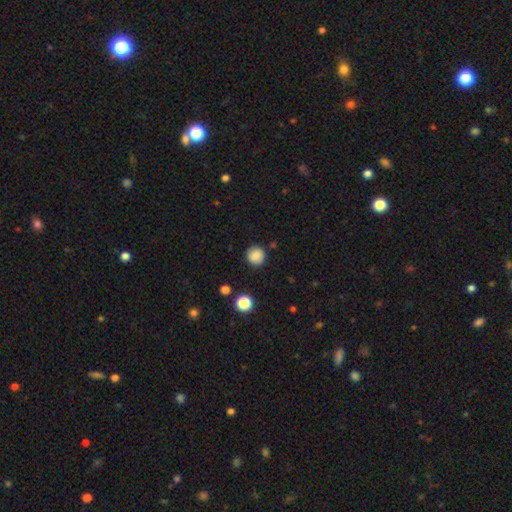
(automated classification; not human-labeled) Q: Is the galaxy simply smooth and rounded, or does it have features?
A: smooth — 85%.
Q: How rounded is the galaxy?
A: round — 93%.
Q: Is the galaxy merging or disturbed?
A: none — 86%.